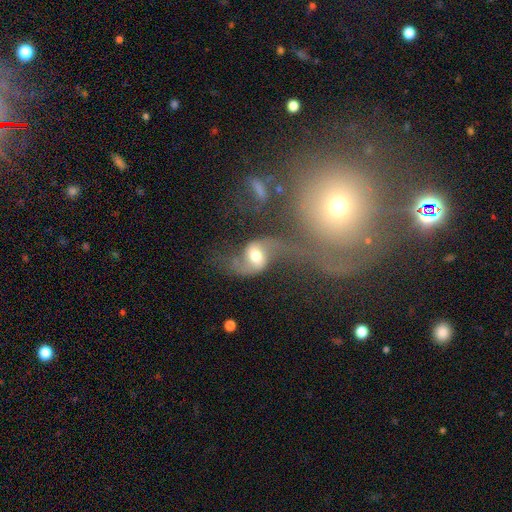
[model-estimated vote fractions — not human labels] smooth-or-featured: featured or disk: 77% | smooth: 13% | star or artifact: 10%
  disk-edge-on: no: 96% | yes: 4%
    bar: no: 48% | weak: 37% | strong: 16%
    has-spiral-arms: yes: 89% | no: 11%
      spiral-winding: loose: 69% | medium: 24% | tight: 7%
      spiral-arm-count: 2: 91% | can't tell: 3% | 1: 3% | 3: 1% | 4: 1% | more than 4: 1%
    bulge-size: moderate: 60% | small: 23% | large: 12% | none: 3% | dominant: 3%
  merging: none: 40% | merger: 26% | major disturbance: 19% | minor disturbance: 15%